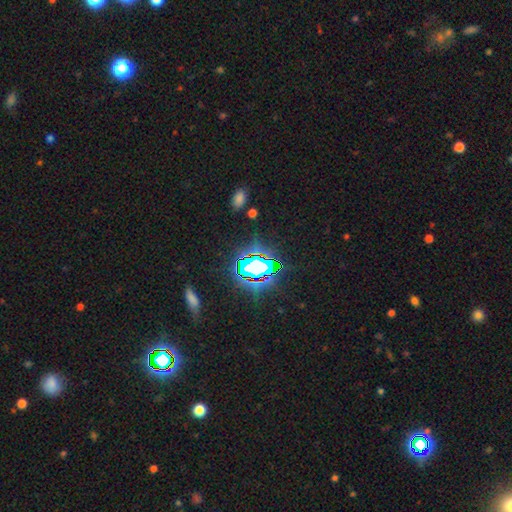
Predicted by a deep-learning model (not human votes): smooth_or_featured: star or artifact (p=0.81) [alt: smooth p=0.11]